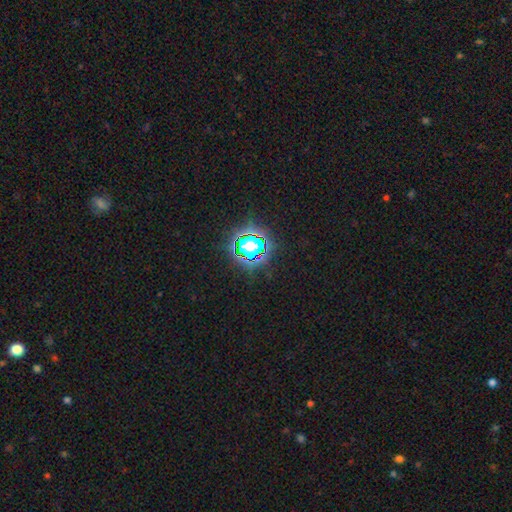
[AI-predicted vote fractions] Smooth or featured? star or artifact (81%)